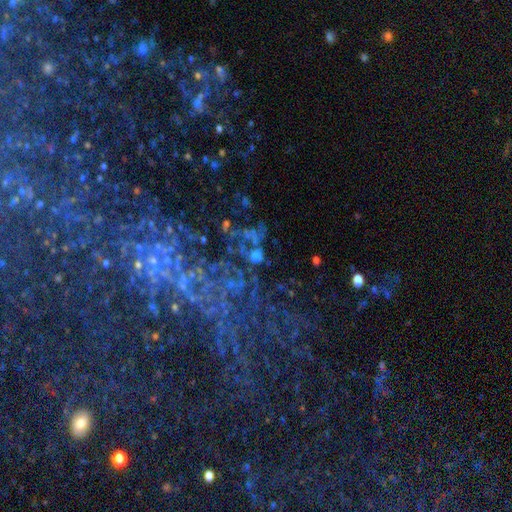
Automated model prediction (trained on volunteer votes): This appears to be a featured or disk galaxy (43%). Merging: none (56%).